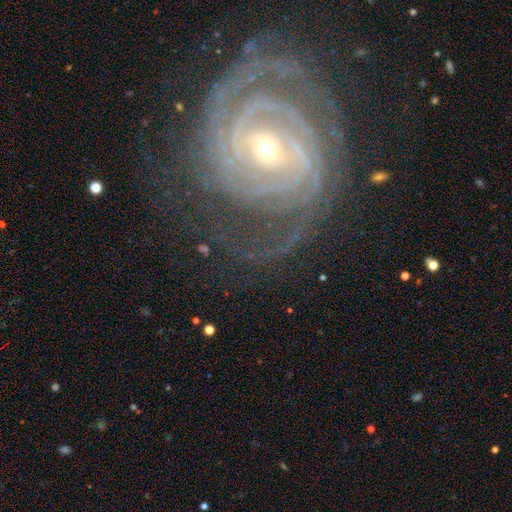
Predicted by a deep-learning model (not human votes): Smooth or featured?
  - featured or disk: 90% *
  - star or artifact: 6%
  - smooth: 4%
Edge-on disk?
  - no: 97% *
  - yes: 3%
Bar?
  - weak: 37% *
  - strong: 35%
  - no: 28%
Spiral arms?
  - yes: 98% *
  - no: 2%
Spiral winding?
  - tight: 77% *
  - medium: 19%
  - loose: 4%
Spiral arm count?
  - 2: 31% *
  - can't tell: 19%
  - 3: 18%
  - 4: 14%
  - more than 4: 10%
  - 1: 8%
Bulge size?
  - small: 64% *
  - moderate: 32%
  - large: 2%
  - none: 1%
  - dominant: 1%
Merging?
  - none: 72% *
  - minor disturbance: 16%
  - major disturbance: 11%
  - merger: 2%